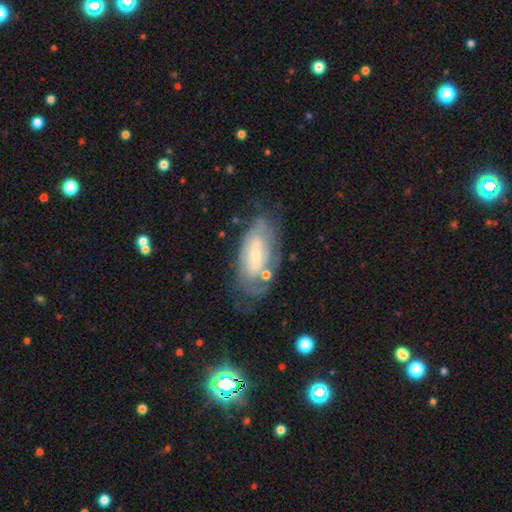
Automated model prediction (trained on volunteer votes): Smooth or featured: featured or disk — 72% (smooth — 22%)
Edge-on disk: no — 91% (yes — 9%)
Bar: weak — 44% (no — 31%)
Spiral arms: yes — 77% (no — 23%)
Spiral winding: tight — 55% (medium — 33%)
Spiral arm count: can't tell — 49% (2 — 35%)
Bulge size: small — 61% (moderate — 31%)
Merging: none — 55% (minor disturbance — 24%)